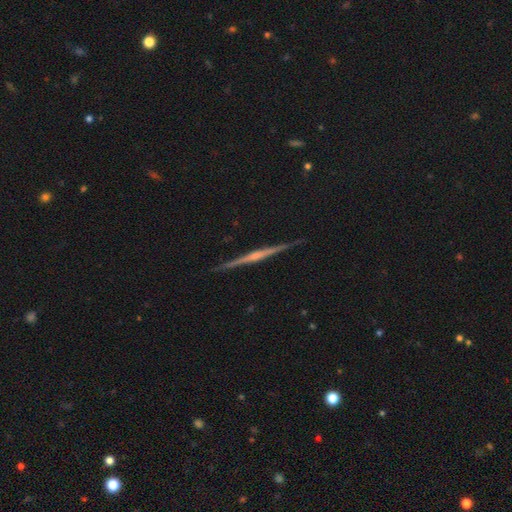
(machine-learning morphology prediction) Q: Smooth or featured?
A: featured or disk (81%); runner-up: smooth (13%)
Q: Edge-on disk?
A: yes (98%); runner-up: no (2%)
Q: Edge-on bulge?
A: rounded (52%); runner-up: none (33%)
Q: Merging?
A: none (91%); runner-up: minor disturbance (6%)